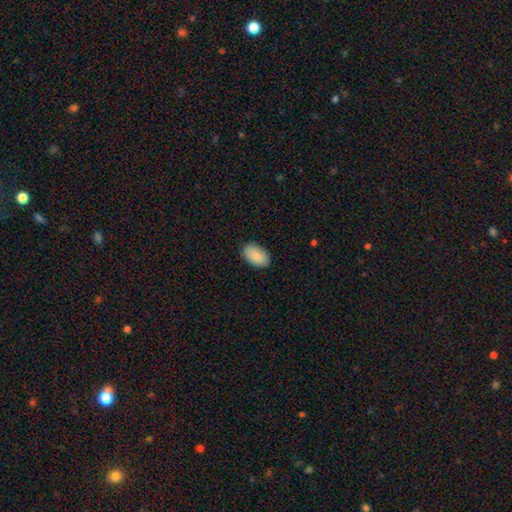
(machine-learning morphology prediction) Smooth or featured: smooth — 90% (star or artifact — 6%)
How rounded: in between — 94% (round — 5%)
Merging: none — 87% (minor disturbance — 10%)